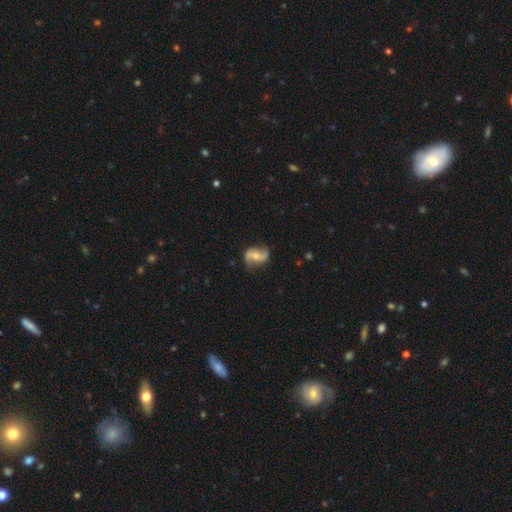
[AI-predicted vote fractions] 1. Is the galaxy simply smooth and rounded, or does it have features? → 78% featured or disk, 16% smooth, 6% star or artifact.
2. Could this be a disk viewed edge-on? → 97% no, 3% yes.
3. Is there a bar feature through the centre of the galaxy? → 44% no, 37% weak, 19% strong.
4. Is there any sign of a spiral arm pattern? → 94% yes, 6% no.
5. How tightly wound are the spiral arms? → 66% loose, 26% medium, 8% tight.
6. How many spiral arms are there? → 92% 2, 3% can't tell, 2% 1, 1% 3, 1% 4, 1% more than 4.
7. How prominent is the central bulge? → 49% moderate, 41% small, 5% none, 3% large, 1% dominant.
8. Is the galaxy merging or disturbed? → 74% none, 18% minor disturbance, 6% major disturbance, 2% merger.